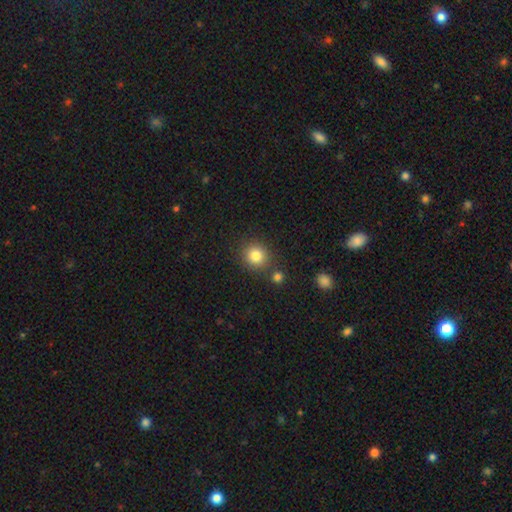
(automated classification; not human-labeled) Overall: smooth (83%). How rounded: round (87%). Merging: none (81%).